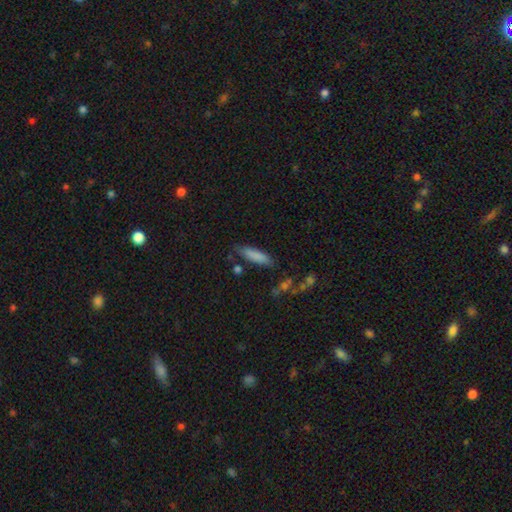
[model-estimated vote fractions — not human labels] Overall: smooth (83%). How rounded: cigar-shaped (67%; in between 31%). Merging: none (77%).